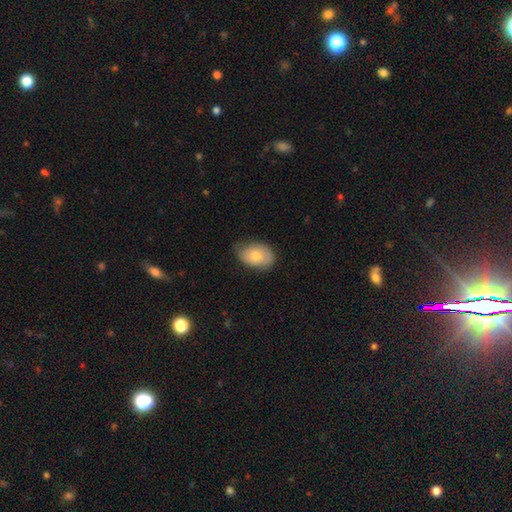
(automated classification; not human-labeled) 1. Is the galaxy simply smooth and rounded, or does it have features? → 75% smooth, 19% featured or disk, 6% star or artifact.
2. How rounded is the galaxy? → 85% in between, 14% round, 1% cigar-shaped.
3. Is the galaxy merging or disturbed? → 65% none, 29% minor disturbance, 5% major disturbance, 1% merger.